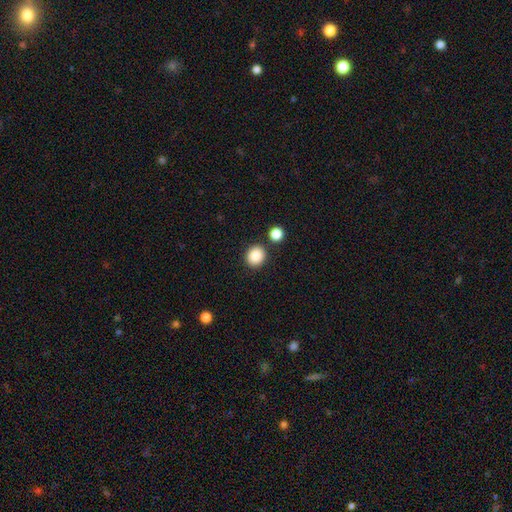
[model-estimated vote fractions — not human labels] Smooth or featured: smooth — 87% (star or artifact — 9%)
How rounded: round — 78% (in between — 21%)
Merging: none — 86% (minor disturbance — 7%)